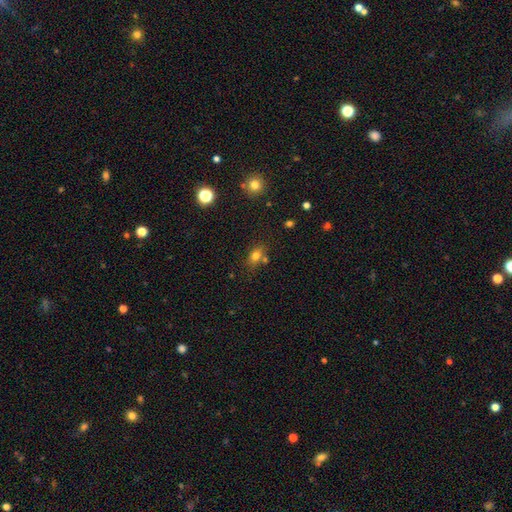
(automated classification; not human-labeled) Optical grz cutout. It shows a smooth galaxy with no disk features (75%) that is in between round and cigar-shaped (67%). Merging: none (64%).